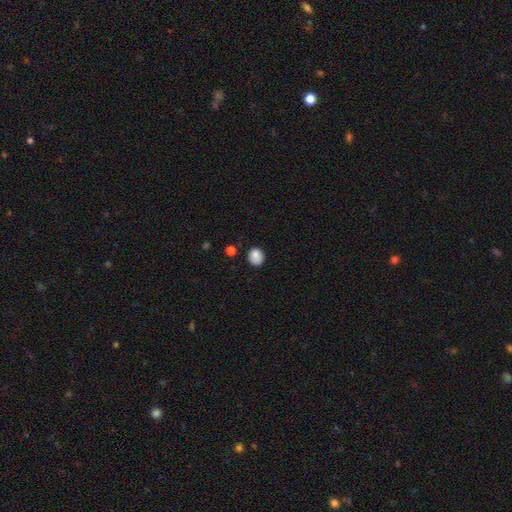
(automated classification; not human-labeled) A smooth galaxy with no disk features (85%) that is round (81%). Merging: none (81%).